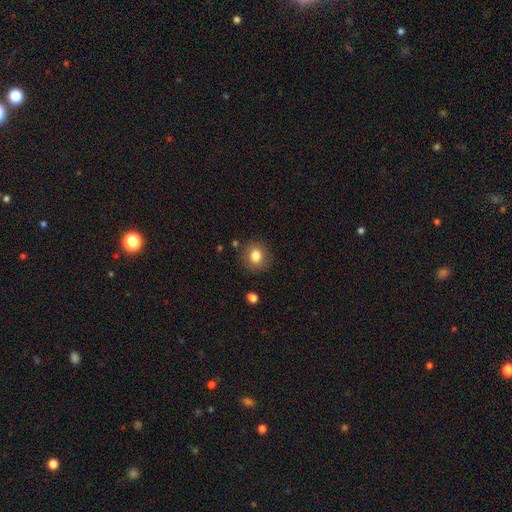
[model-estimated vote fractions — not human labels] Smooth or featured?
  - smooth: 82% *
  - star or artifact: 10%
  - featured or disk: 8%
How rounded?
  - round: 74% *
  - in between: 25%
  - cigar-shaped: 1%
Merging?
  - none: 86% *
  - minor disturbance: 9%
  - major disturbance: 3%
  - merger: 2%